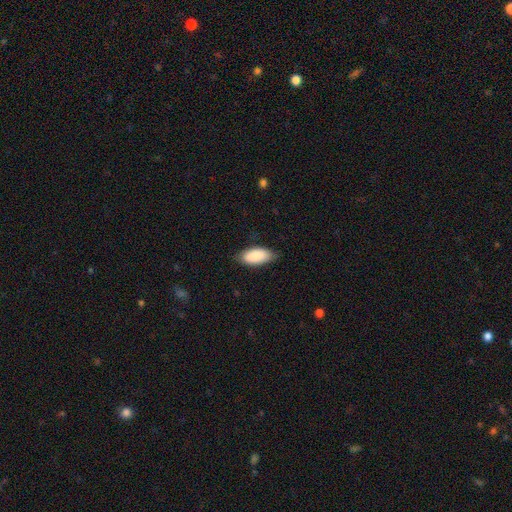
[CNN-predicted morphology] This appears to be a smooth galaxy with no disk features (88%) that is in between round and cigar-shaped (90%). Merging: none (78%).